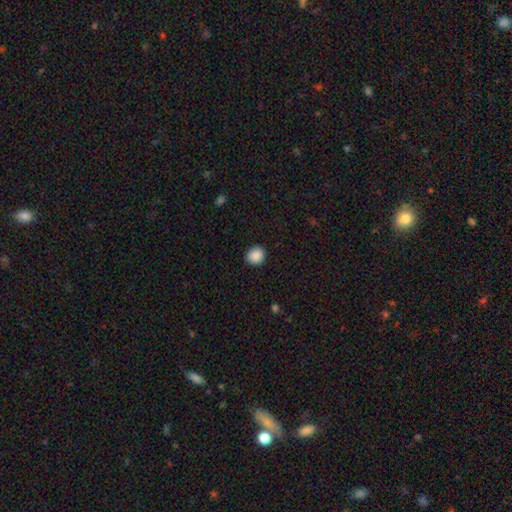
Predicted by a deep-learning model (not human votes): Q: Smooth or featured?
A: smooth (88%); runner-up: star or artifact (8%)
Q: How rounded?
A: round (79%); runner-up: in between (20%)
Q: Merging?
A: none (90%); runner-up: minor disturbance (7%)